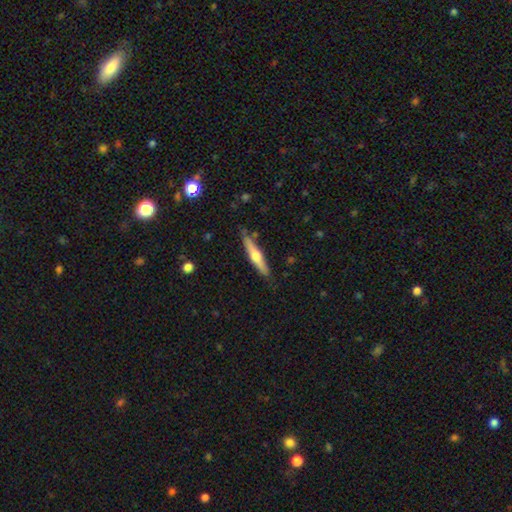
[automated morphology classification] This is possibly a featured or disk galaxy (55%). It is clearly viewed edge-on (95%). Edge-on bulge: clearly rounded (92%). Merging: clearly none (84%).